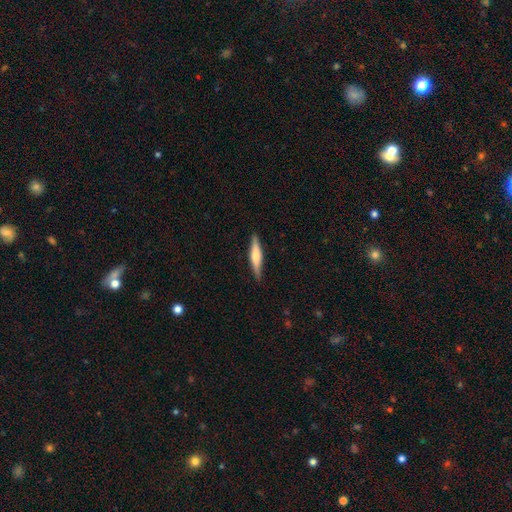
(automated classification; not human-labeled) Smooth or featured? Predicted: smooth (p=0.49). Merging? Predicted: none (p=0.89).